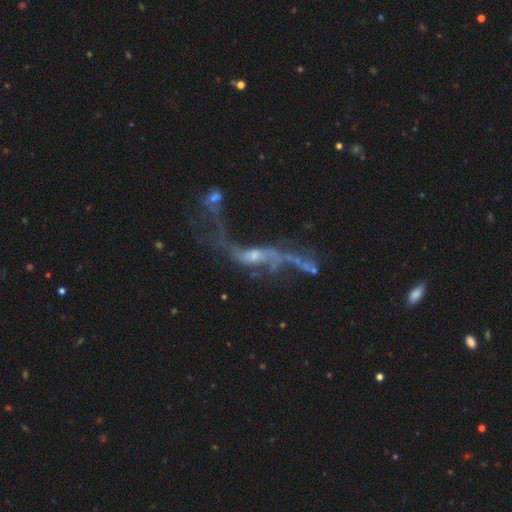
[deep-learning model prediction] The model was most divided on "merging": merger: 40%, major disturbance: 34%, none: 17%, minor disturbance: 9%. Remaining: edge-on disk — no (86%); smooth or featured — featured or disk (74%); spiral arms — yes (63%); bar — no (63%); bulge size — small (47%).